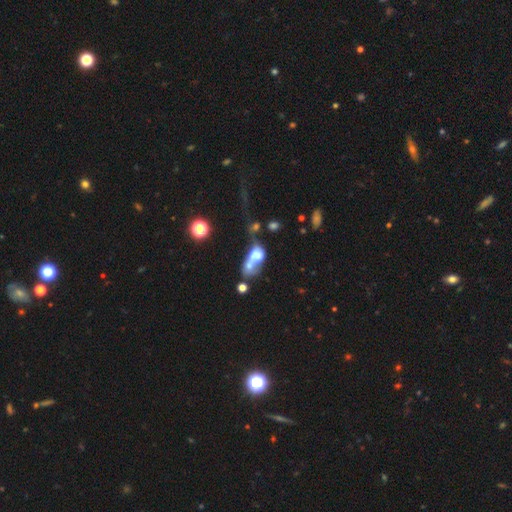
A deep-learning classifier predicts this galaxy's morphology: This is possibly a smooth galaxy (55%). How rounded: likely in between (68%). Merging: likely merger (70%).